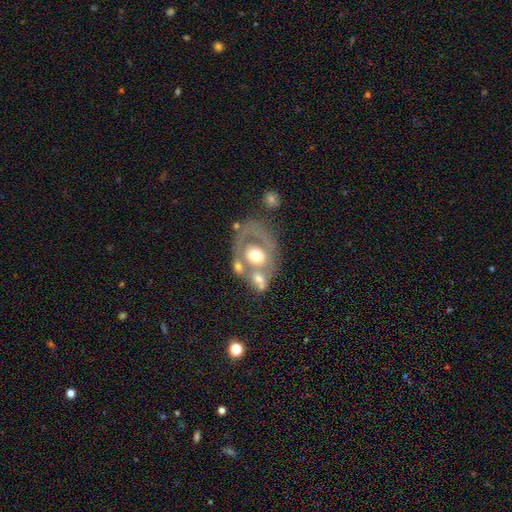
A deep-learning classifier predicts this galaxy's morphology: type=featured or disk (58%); edge-on=no (96%); bar=no (87%); spiral arms=no (84%); bulge=moderate (66%); merging=none (39%).